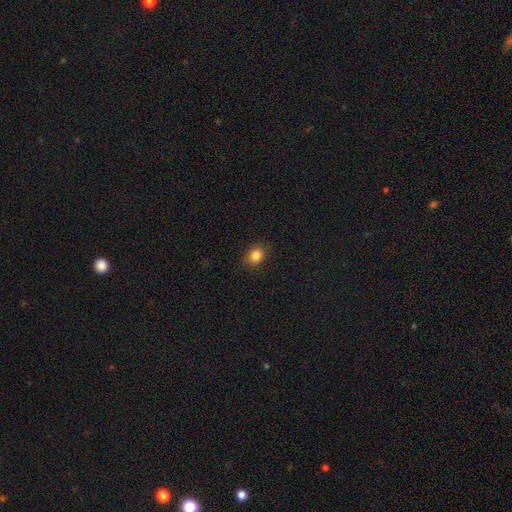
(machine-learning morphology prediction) Smooth or featured: smooth — 84% (star or artifact — 11%)
How rounded: round — 51% (in between — 48%)
Merging: none — 86% (minor disturbance — 11%)